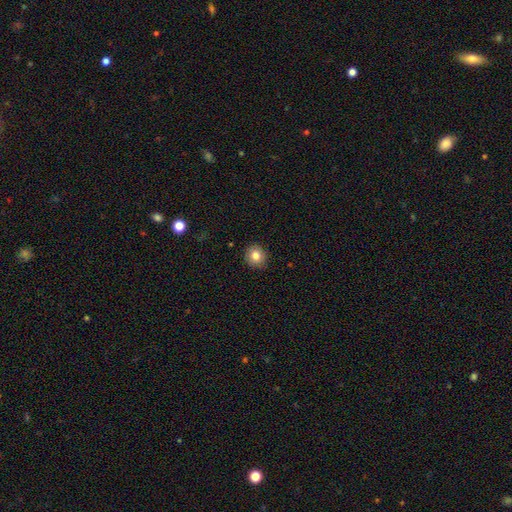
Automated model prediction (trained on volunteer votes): smooth 82%, star or artifact 10%, featured or disk 8%. Down the decision tree: how rounded — round (89%); merging — none (90%).